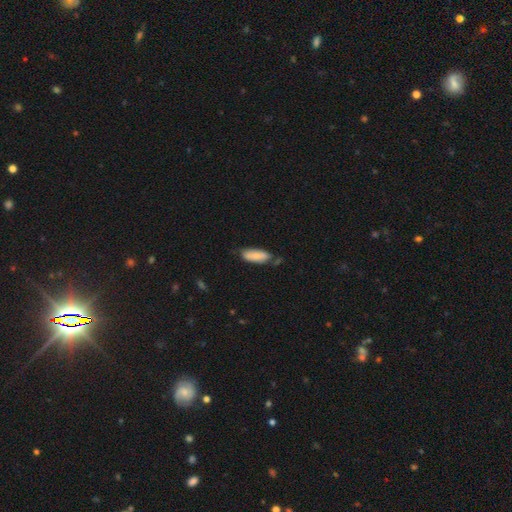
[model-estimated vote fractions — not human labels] Smooth or featured?
  - smooth: 80% *
  - featured or disk: 13%
  - star or artifact: 6%
How rounded?
  - in between: 70% *
  - cigar-shaped: 28%
  - round: 2%
Merging?
  - none: 55% *
  - minor disturbance: 31%
  - merger: 7%
  - major disturbance: 7%